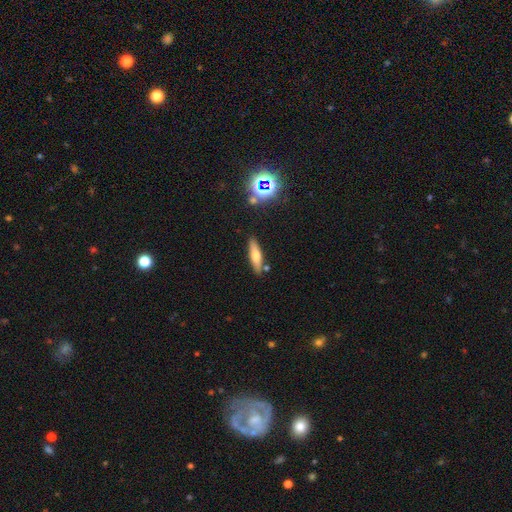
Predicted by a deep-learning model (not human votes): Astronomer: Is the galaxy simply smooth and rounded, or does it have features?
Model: smooth — 53% (runner-up: featured or disk, 36%).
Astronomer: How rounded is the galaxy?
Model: cigar-shaped — 68%.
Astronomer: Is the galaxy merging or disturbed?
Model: none — 82%.